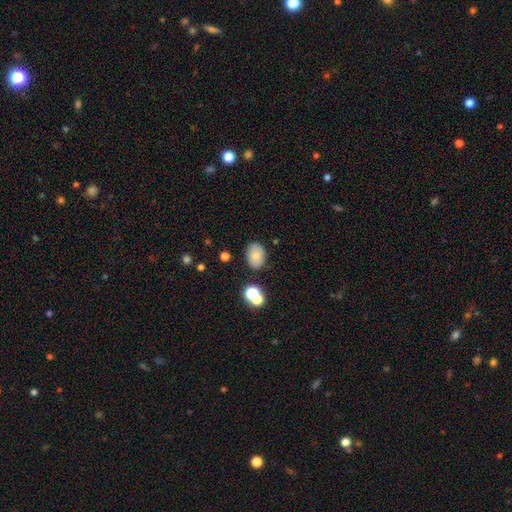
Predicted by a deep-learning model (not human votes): Morphology: type=smooth (74%); roundness=in between (76%); merging=none (80%).